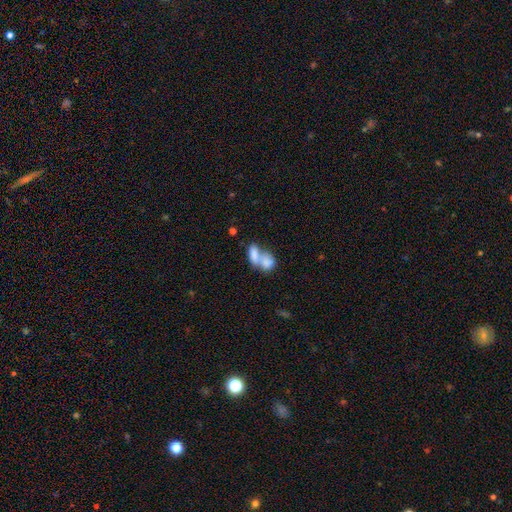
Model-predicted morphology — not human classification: Smooth or featured: smooth — 75% (featured or disk — 17%)
How rounded: in between — 83% (round — 13%)
Merging: merger — 76% (none — 14%)